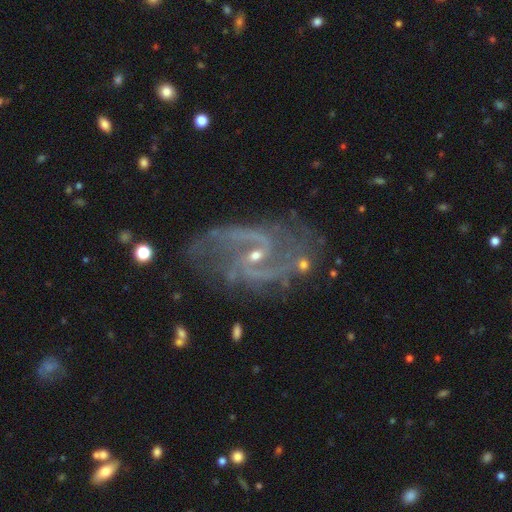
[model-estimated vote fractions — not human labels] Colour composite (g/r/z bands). It shows a featured or disk galaxy (92%) with a weak bar (50%), 2 (84%) medium (50%) spiral arms (98%) and a small central bulge (69%). Merging: none (63%).